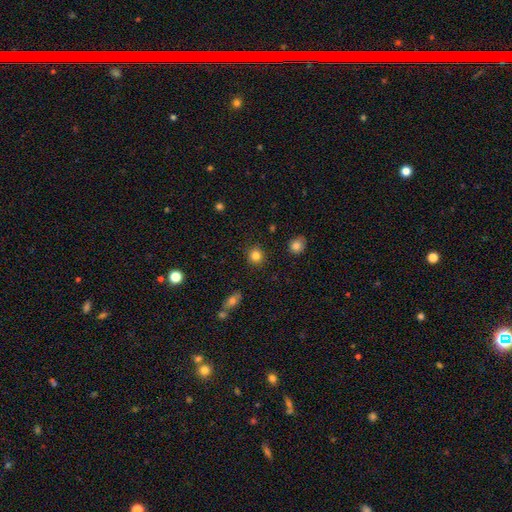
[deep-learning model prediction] A smooth galaxy with no disk features (84%) that is round (91%).

Vote fractions:
- Smooth or featured? smooth: 84% / star or artifact: 11% / featured or disk: 5%
- How rounded? round: 91% / in between: 8% / cigar-shaped: 1%
- Merging? none: 90% / minor disturbance: 6% / major disturbance: 2% / merger: 2%